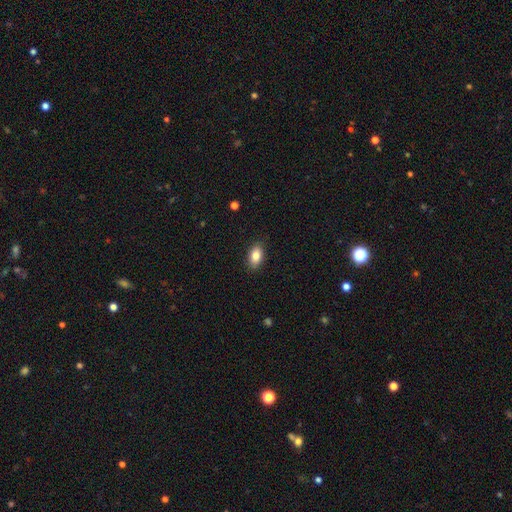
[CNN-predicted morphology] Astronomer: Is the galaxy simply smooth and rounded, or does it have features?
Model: smooth — 83%.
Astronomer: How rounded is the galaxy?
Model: in between — 89%.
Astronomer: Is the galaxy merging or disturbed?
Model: none — 88%.